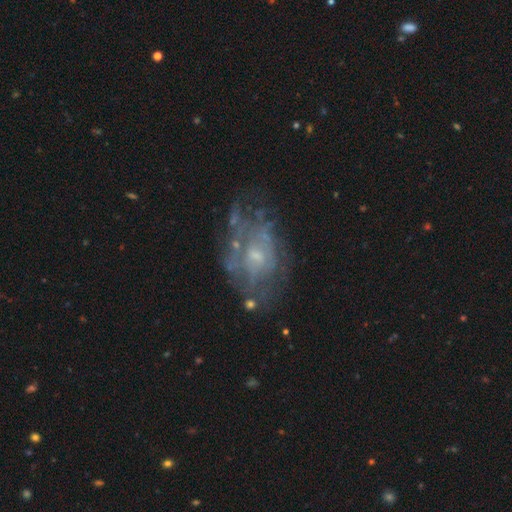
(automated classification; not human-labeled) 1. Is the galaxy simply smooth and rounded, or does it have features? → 65% featured or disk, 20% smooth, 15% star or artifact.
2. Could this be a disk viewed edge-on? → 96% no, 4% yes.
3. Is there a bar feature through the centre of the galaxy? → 82% no, 15% weak, 3% strong.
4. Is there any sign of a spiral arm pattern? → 55% no, 45% yes.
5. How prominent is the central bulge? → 61% small, 27% moderate, 10% none, 2% large, 1% dominant.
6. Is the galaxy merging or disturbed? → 59% none, 21% minor disturbance, 16% major disturbance, 4% merger.